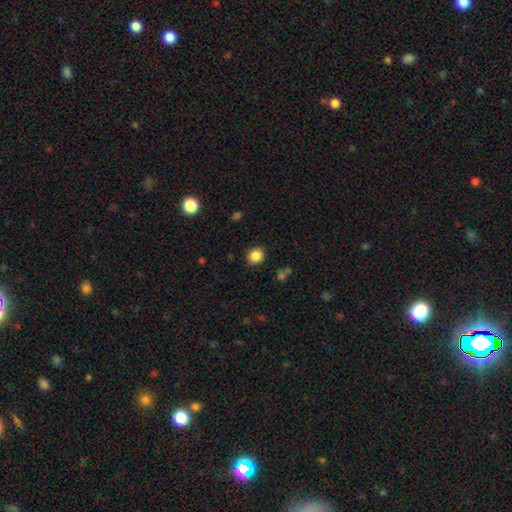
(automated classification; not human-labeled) Smooth or featured: smooth — 85% (star or artifact — 10%)
How rounded: round — 69% (in between — 30%)
Merging: none — 87% (minor disturbance — 8%)